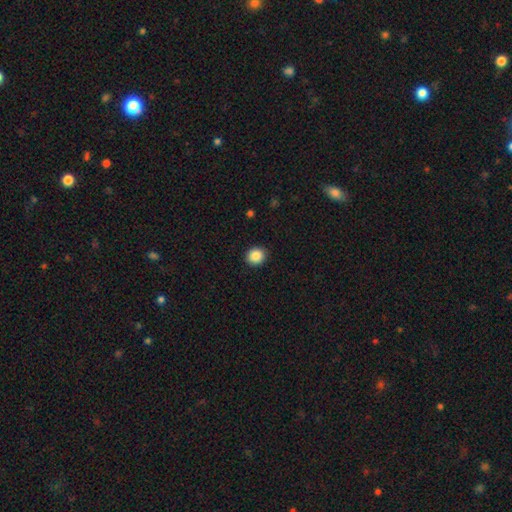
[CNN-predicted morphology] Smooth or featured? smooth (87%)
How rounded? round (80%)
Merging? none (92%)